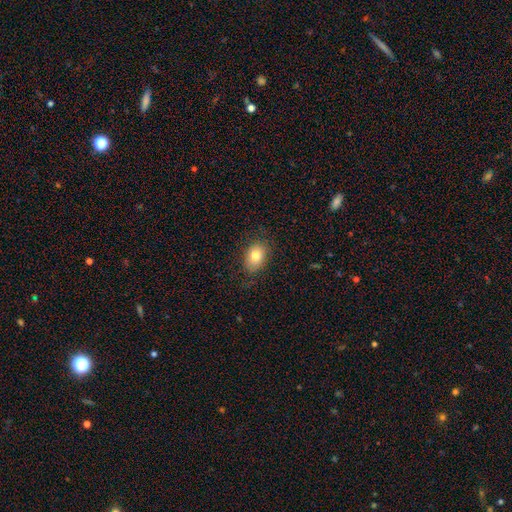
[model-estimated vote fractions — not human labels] A smooth galaxy with no disk features (79%) that is in between round and cigar-shaped (79%). Merging: none (79%).